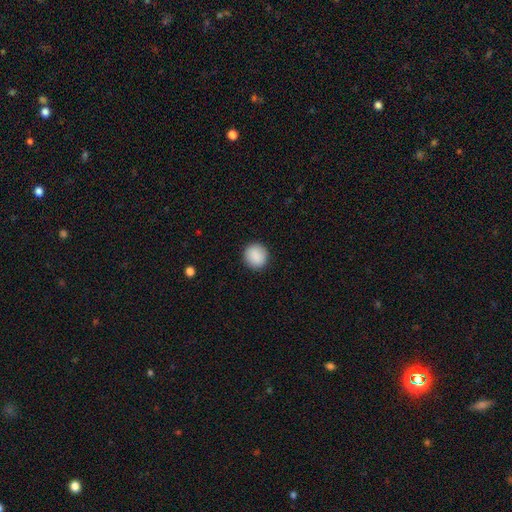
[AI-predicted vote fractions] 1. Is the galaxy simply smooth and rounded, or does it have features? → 89% smooth, 7% star or artifact, 4% featured or disk.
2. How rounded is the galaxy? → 88% round, 11% in between, 1% cigar-shaped.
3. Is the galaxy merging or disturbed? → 91% none, 6% minor disturbance, 2% major disturbance, 1% merger.